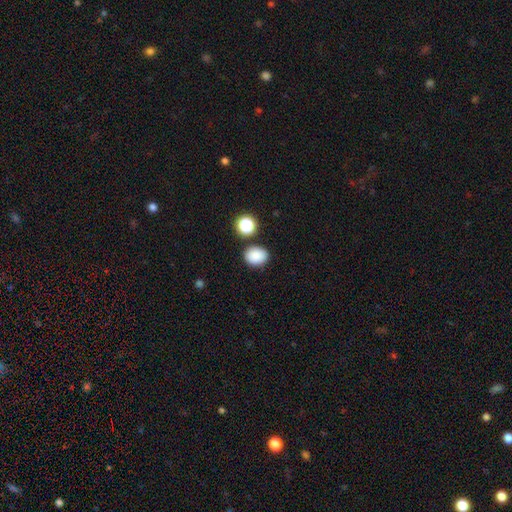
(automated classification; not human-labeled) Q: Smooth or featured?
A: smooth (86%); runner-up: star or artifact (10%)
Q: How rounded?
A: in between (57%); runner-up: round (42%)
Q: Merging?
A: none (82%); runner-up: minor disturbance (10%)